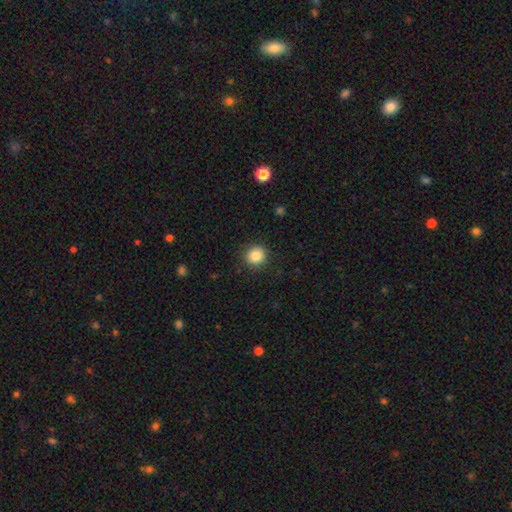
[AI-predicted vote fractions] Q: Smooth or featured?
A: smooth (86%); runner-up: star or artifact (10%)
Q: How rounded?
A: round (89%); runner-up: in between (10%)
Q: Merging?
A: none (89%); runner-up: minor disturbance (7%)